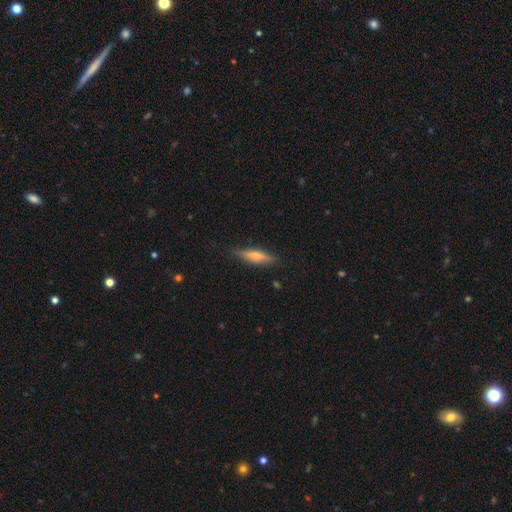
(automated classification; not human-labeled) Smooth or featured? Predicted: featured or disk (p=0.50). Merging? Predicted: none (p=0.85).